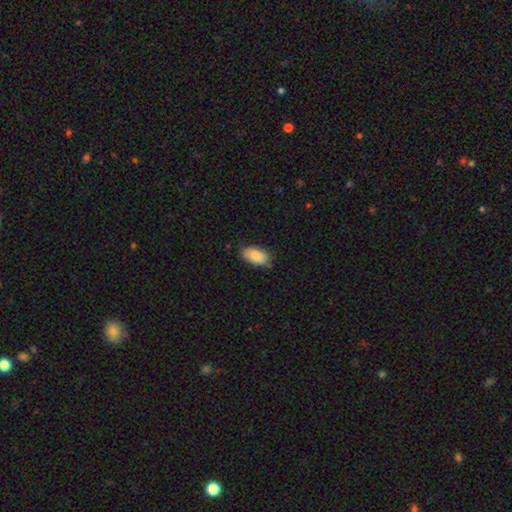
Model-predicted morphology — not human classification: smooth-or-featured: smooth: 87% | featured or disk: 7% | star or artifact: 6%
  how-rounded: in between: 94% | round: 3% | cigar-shaped: 3%
  merging: none: 74% | minor disturbance: 21% | major disturbance: 4% | merger: 1%